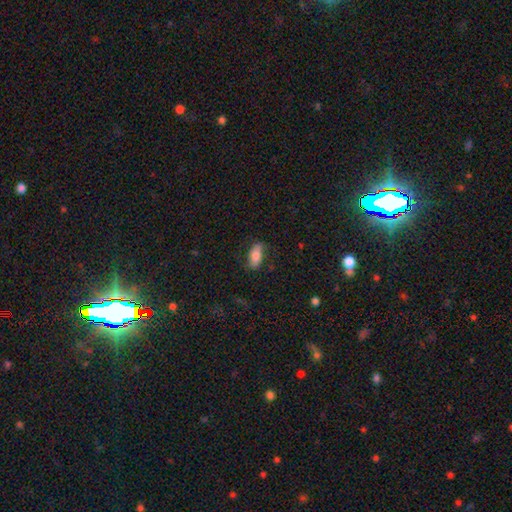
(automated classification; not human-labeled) smooth-or-featured: smooth: 74% | featured or disk: 19% | star or artifact: 7%
  how-rounded: in between: 82% | cigar-shaped: 15% | round: 3%
  merging: none: 75% | minor disturbance: 18% | major disturbance: 6% | merger: 1%